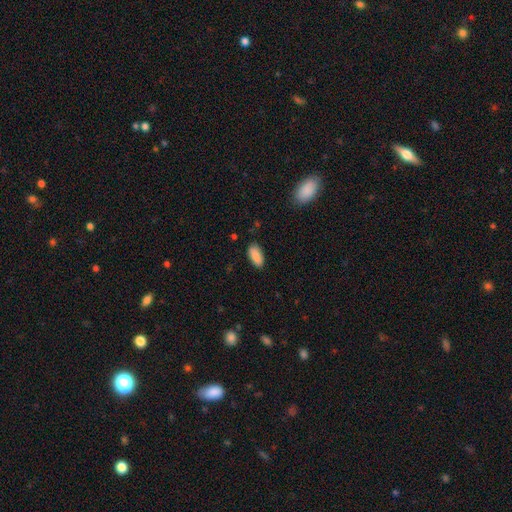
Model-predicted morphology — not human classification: Smooth or featured? smooth (88%)
How rounded? in between (89%)
Merging? none (84%)